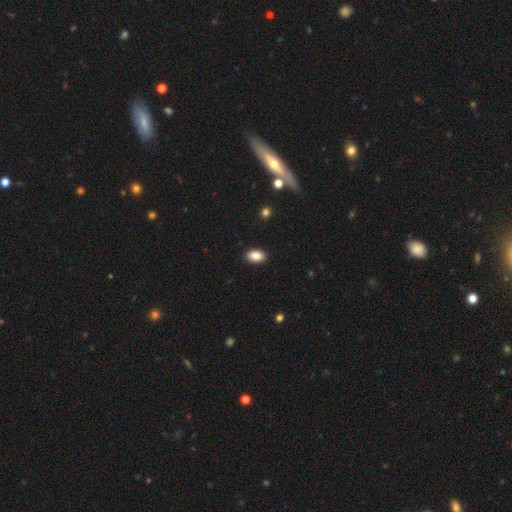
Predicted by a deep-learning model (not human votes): smooth 88%, star or artifact 8%, featured or disk 4%. Down the decision tree: how rounded — in between (90%); merging — none (90%).